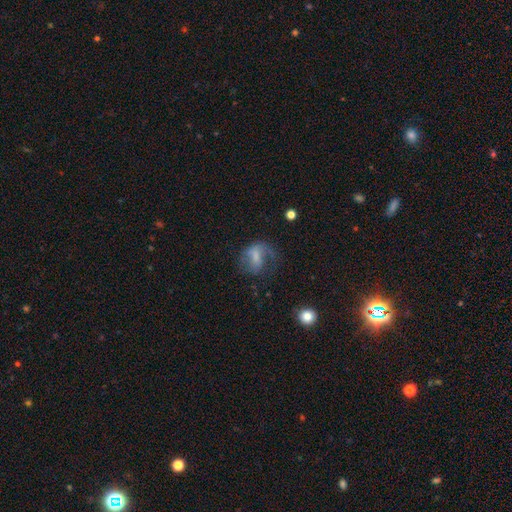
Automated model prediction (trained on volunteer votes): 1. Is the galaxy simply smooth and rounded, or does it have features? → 48% featured or disk, 42% smooth, 10% star or artifact.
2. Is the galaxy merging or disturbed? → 43% major disturbance, 34% none, 21% minor disturbance, 3% merger.